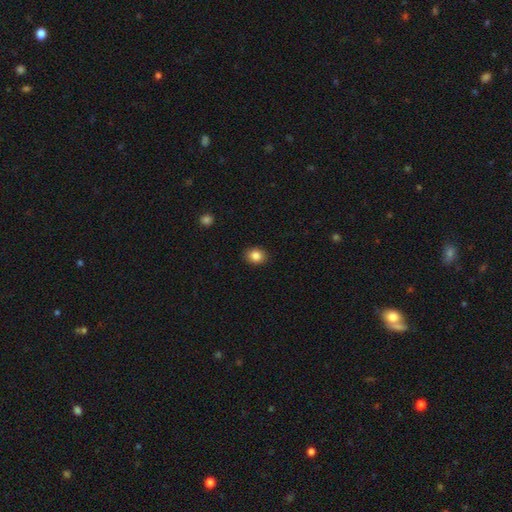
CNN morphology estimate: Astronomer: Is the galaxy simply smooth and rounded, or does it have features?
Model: smooth — 85%.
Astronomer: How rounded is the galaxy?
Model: round — 58% (runner-up: in between, 41%).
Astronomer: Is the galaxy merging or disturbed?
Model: none — 90%.